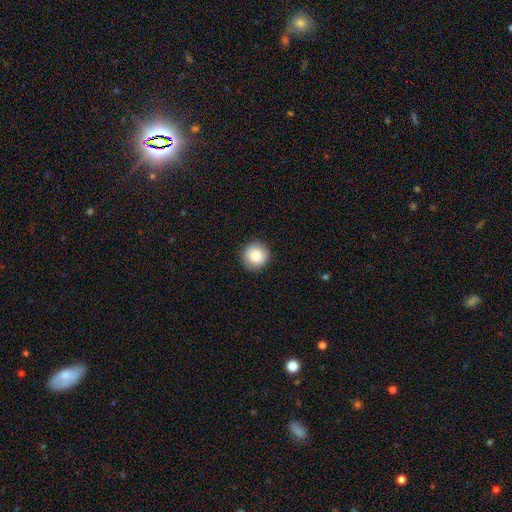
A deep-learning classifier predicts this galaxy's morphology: Overall: smooth (84%). How rounded: round (95%). Merging: none (91%).